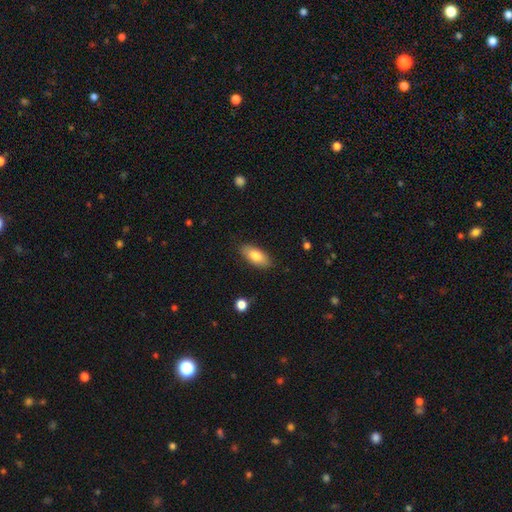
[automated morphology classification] smooth-or-featured: smooth: 81% | featured or disk: 13% | star or artifact: 6%
  how-rounded: in between: 86% | cigar-shaped: 12% | round: 3%
  merging: none: 86% | minor disturbance: 10% | major disturbance: 2% | merger: 1%